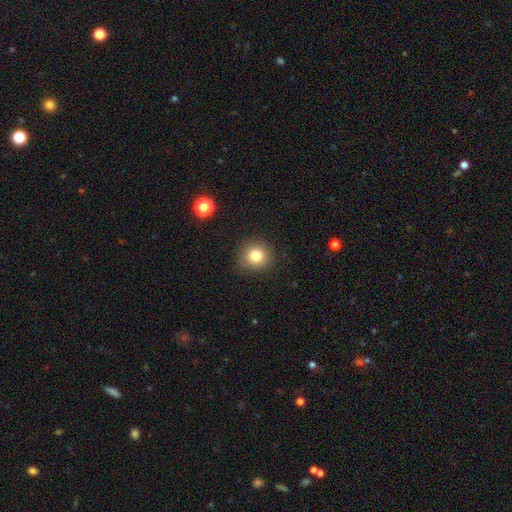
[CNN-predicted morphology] The model was most divided on "smooth or featured": smooth: 80%, star or artifact: 11%, featured or disk: 8%. More confident: how rounded — round (90%); merging — none (88%).